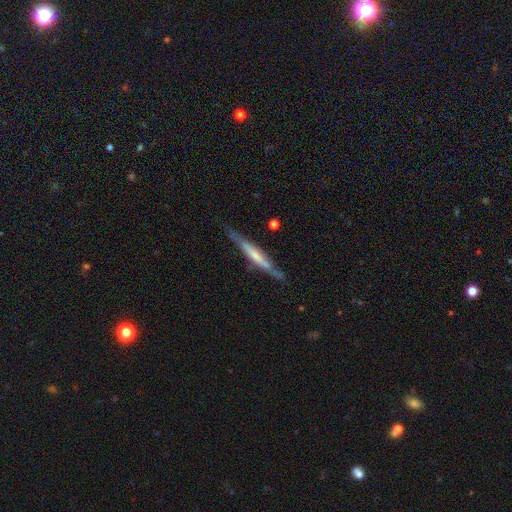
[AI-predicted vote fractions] smooth-or-featured: featured or disk: 60% | smooth: 34% | star or artifact: 5%
  disk-edge-on: yes: 91% | no: 9%
    edge-on-bulge: none: 51% | rounded: 25% | boxy: 24%
  merging: none: 76% | minor disturbance: 18% | major disturbance: 4% | merger: 2%